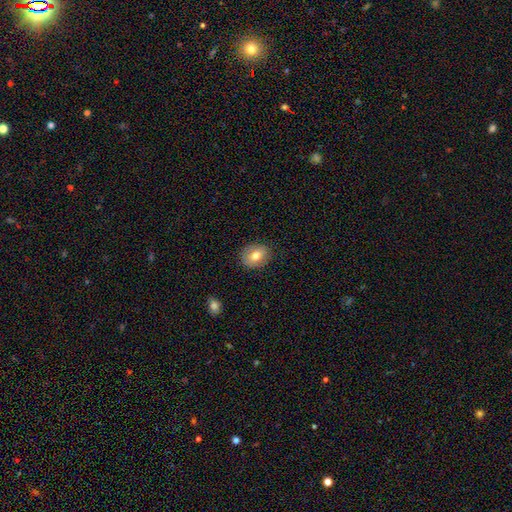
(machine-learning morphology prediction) Overall: smooth (75%). How rounded: in between (55%; round 44%). Merging: none (87%).